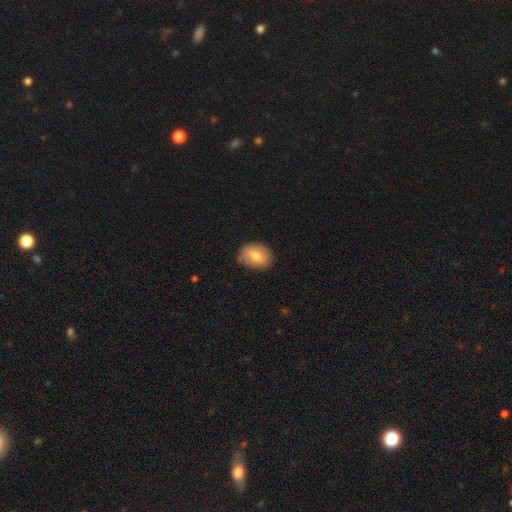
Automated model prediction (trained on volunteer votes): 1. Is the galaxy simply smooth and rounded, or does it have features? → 74% smooth, 19% featured or disk, 7% star or artifact.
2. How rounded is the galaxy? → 68% in between, 31% round, 1% cigar-shaped.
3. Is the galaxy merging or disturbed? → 79% none, 17% minor disturbance, 3% major disturbance, 1% merger.